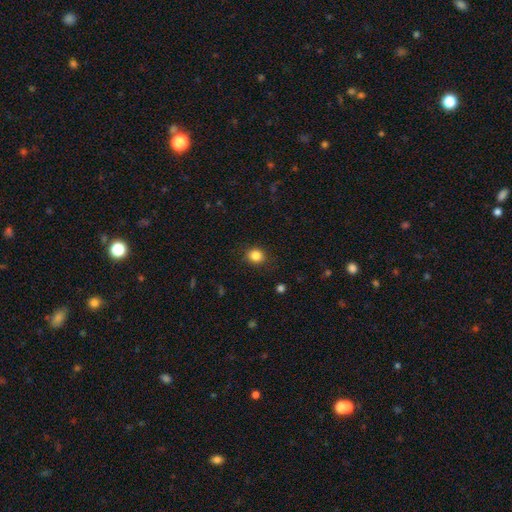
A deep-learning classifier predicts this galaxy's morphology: type=smooth (85%); roundness=round (79%); merging=none (87%).